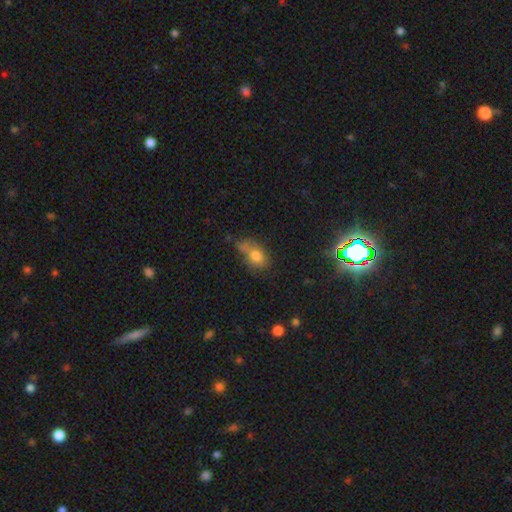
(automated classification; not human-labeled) A smooth galaxy with no disk features (74%) that is in between round and cigar-shaped (77%).

Vote fractions:
- Smooth or featured? smooth: 74% / featured or disk: 15% / star or artifact: 11%
- How rounded? in between: 77% / round: 21% / cigar-shaped: 2%
- Merging? none: 42% / minor disturbance: 29% / merger: 16% / major disturbance: 13%